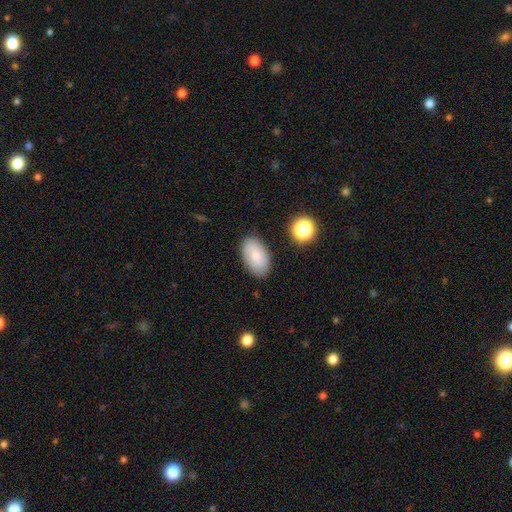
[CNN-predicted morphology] Smooth or featured: smooth — 76% (featured or disk — 16%)
How rounded: in between — 93% (round — 5%)
Merging: none — 83% (minor disturbance — 12%)